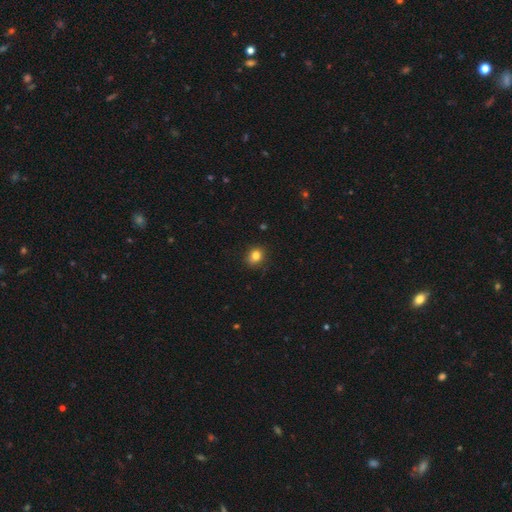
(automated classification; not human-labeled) smooth-or-featured: smooth: 82% | star or artifact: 12% | featured or disk: 6%
  how-rounded: round: 69% | in between: 30% | cigar-shaped: 1%
  merging: none: 84% | minor disturbance: 12% | major disturbance: 2% | merger: 1%